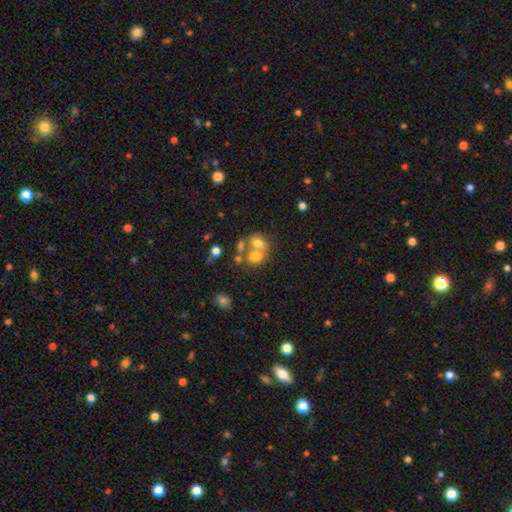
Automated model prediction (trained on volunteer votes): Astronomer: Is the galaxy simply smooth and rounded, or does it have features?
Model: smooth — 67%.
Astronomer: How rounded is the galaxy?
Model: round — 56% (runner-up: in between, 43%).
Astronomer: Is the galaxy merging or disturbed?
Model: merger — 58%.